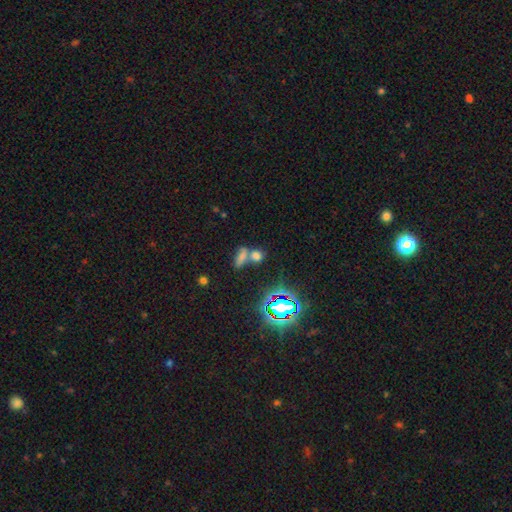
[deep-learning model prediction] A smooth galaxy with no disk features (61%) that is in between round and cigar-shaped (50%).

Vote fractions:
- Smooth or featured? smooth: 61% / star or artifact: 28% / featured or disk: 11%
- How rounded? in between: 50% / round: 35% / cigar-shaped: 15%
- Merging? merger: 50% / none: 38% / minor disturbance: 8% / major disturbance: 4%